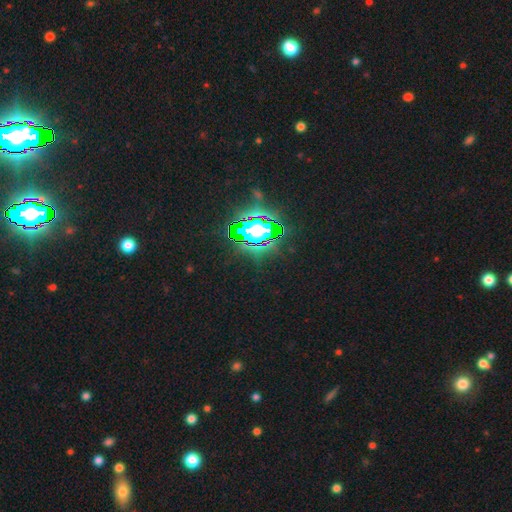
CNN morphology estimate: Overall: star or artifact (85%).